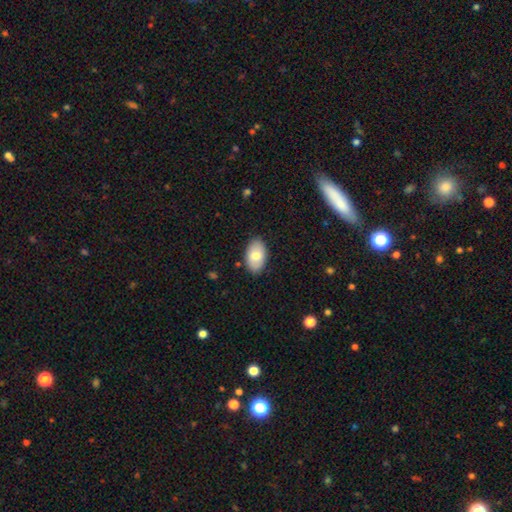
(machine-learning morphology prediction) smooth-or-featured: smooth: 74% | featured or disk: 20% | star or artifact: 6%
  how-rounded: in between: 93% | round: 6% | cigar-shaped: 1%
  merging: none: 86% | minor disturbance: 11% | major disturbance: 2% | merger: 1%